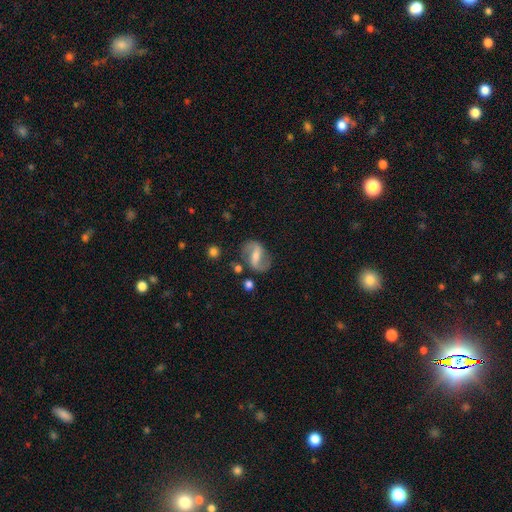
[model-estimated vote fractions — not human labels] Smooth or featured?
  - featured or disk: 75% *
  - smooth: 18%
  - star or artifact: 7%
Edge-on disk?
  - no: 96% *
  - yes: 4%
Bar?
  - strong: 53% *
  - weak: 33%
  - no: 14%
Spiral arms?
  - yes: 88% *
  - no: 12%
Spiral winding?
  - loose: 48% *
  - medium: 39%
  - tight: 13%
Spiral arm count?
  - 2: 90% *
  - can't tell: 4%
  - 1: 3%
  - 3: 1%
  - 4: 1%
  - more than 4: 1%
Bulge size?
  - moderate: 43% *
  - small: 36%
  - none: 12%
  - large: 8%
  - dominant: 2%
Merging?
  - none: 74% *
  - minor disturbance: 15%
  - major disturbance: 7%
  - merger: 4%